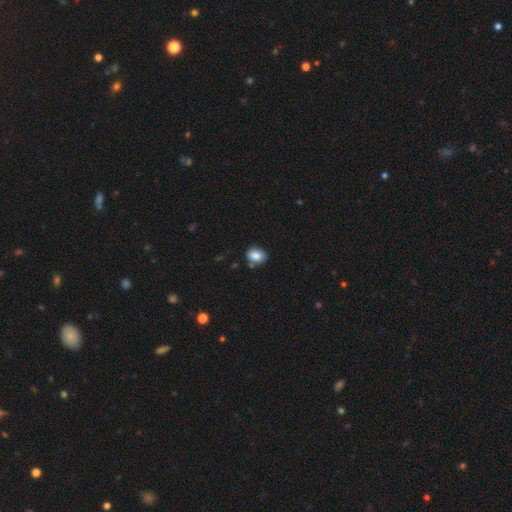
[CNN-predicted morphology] smooth-or-featured: smooth: 83% | star or artifact: 9% | featured or disk: 8%
  how-rounded: in between: 68% | round: 31% | cigar-shaped: 1%
  merging: none: 75% | minor disturbance: 15% | merger: 6% | major disturbance: 3%